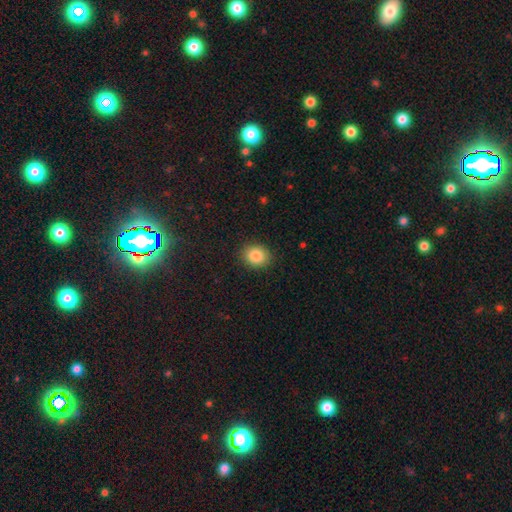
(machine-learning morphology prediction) Smooth or featured?
  - smooth: 86% *
  - star or artifact: 9%
  - featured or disk: 5%
How rounded?
  - round: 70% *
  - in between: 29%
  - cigar-shaped: 1%
Merging?
  - none: 90% *
  - minor disturbance: 7%
  - major disturbance: 2%
  - merger: 1%